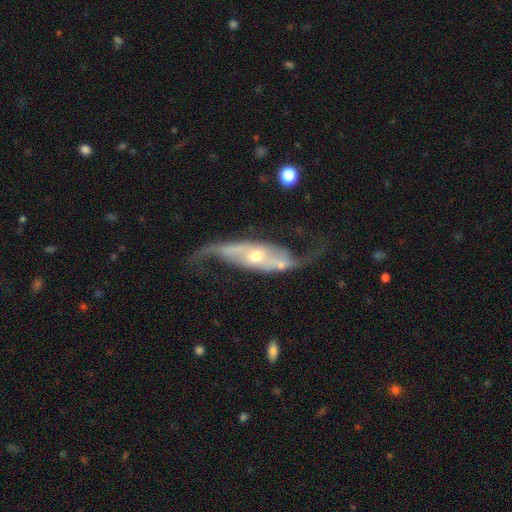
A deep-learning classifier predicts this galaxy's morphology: Smooth or featured? Predicted: featured or disk (p=0.88). Edge-on disk? Predicted: no (p=0.89). Bar? Predicted: no (p=0.46). Spiral arms? Predicted: yes (p=0.95). Spiral winding? Predicted: loose (p=0.76). Spiral arm count? Predicted: 2 (p=0.92). Bulge size? Predicted: moderate (p=0.56). Merging? Predicted: none (p=0.61).